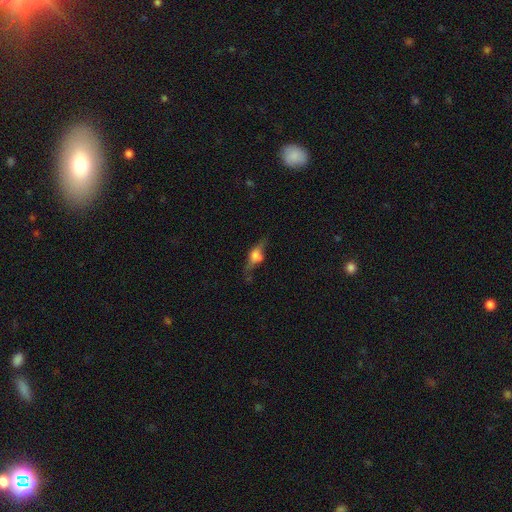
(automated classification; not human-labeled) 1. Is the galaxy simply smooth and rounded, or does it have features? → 55% featured or disk, 34% smooth, 11% star or artifact.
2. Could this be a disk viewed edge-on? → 85% yes, 15% no.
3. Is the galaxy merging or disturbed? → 58% none, 23% minor disturbance, 16% major disturbance, 3% merger.